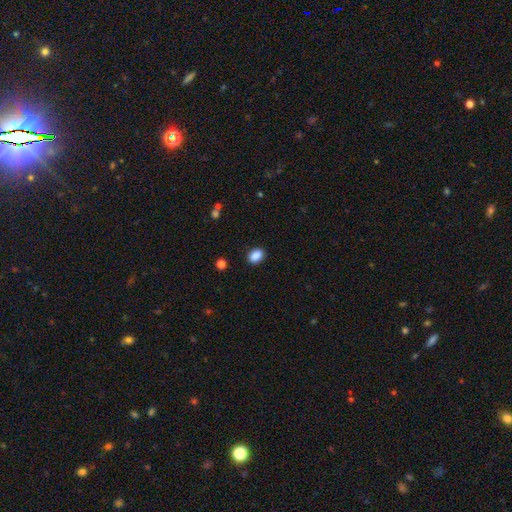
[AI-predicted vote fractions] Smooth or featured?
  - smooth: 88% *
  - star or artifact: 9%
  - featured or disk: 3%
How rounded?
  - in between: 74% *
  - round: 25%
  - cigar-shaped: 1%
Merging?
  - none: 88% *
  - minor disturbance: 8%
  - major disturbance: 2%
  - merger: 1%